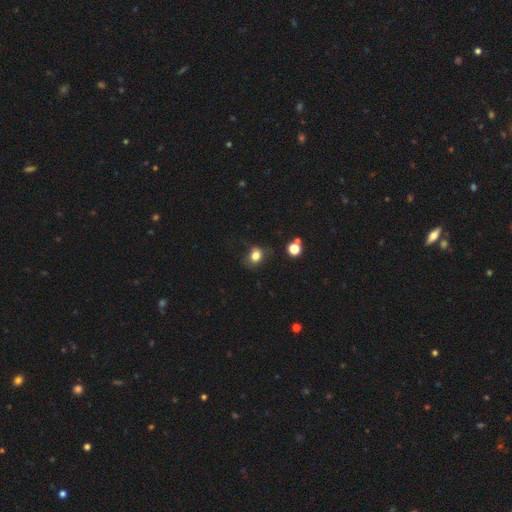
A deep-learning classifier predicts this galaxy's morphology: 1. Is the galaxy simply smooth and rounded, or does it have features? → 79% smooth, 12% star or artifact, 9% featured or disk.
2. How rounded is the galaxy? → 51% in between, 48% round, 1% cigar-shaped.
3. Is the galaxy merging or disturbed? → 63% none, 24% minor disturbance, 10% major disturbance, 4% merger.